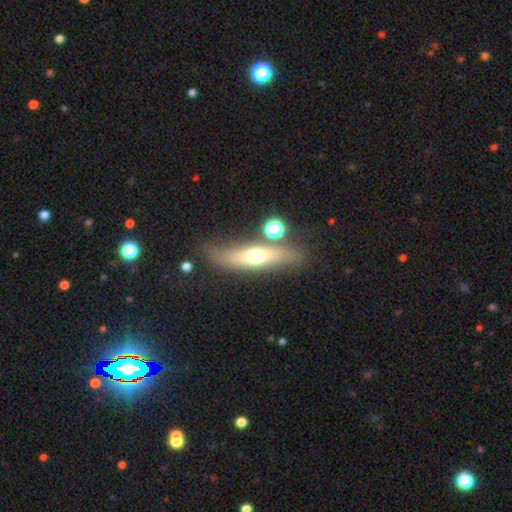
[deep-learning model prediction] featured or disk 47%, smooth 45%, star or artifact 8%. Down the decision tree: merging — none (73%).